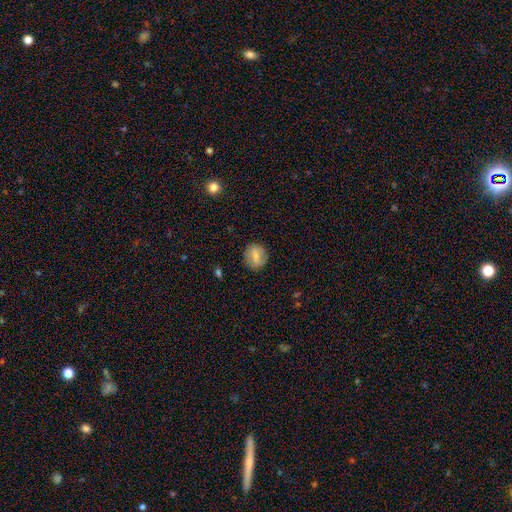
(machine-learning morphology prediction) Overall: smooth (74%). How rounded: round (72%). Merging: none (84%).